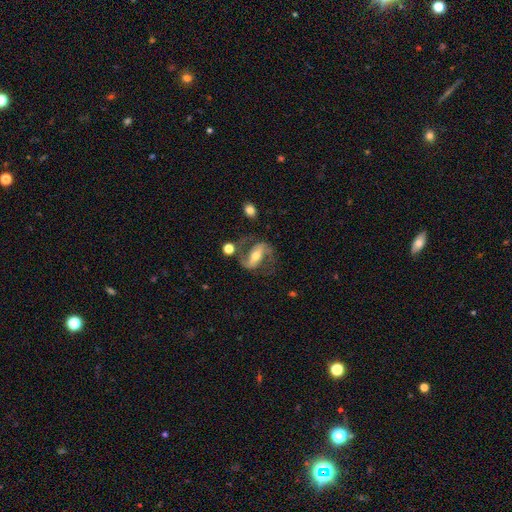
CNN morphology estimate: A featured or disk galaxy (84%) with a strong bar (60%), 2 (91%) medium (53%) spiral arms (93%) and a moderate central bulge (62%).

Vote fractions:
- Smooth or featured? featured or disk: 84% / smooth: 10% / star or artifact: 6%
- Edge-on disk? no: 95% / yes: 5%
- Bar? strong: 60% / weak: 26% / no: 15%
- Spiral arms? yes: 93% / no: 7%
- Spiral winding? medium: 53% / loose: 32% / tight: 15%
- Spiral arm count? 2: 91% / can't tell: 3% / 1: 3% / 3: 1% / 4: 1% / more than 4: 1%
- Bulge size? moderate: 62% / small: 25% / large: 9% / none: 2% / dominant: 1%
- Merging? none: 67% / minor disturbance: 15% / major disturbance: 13% / merger: 5%